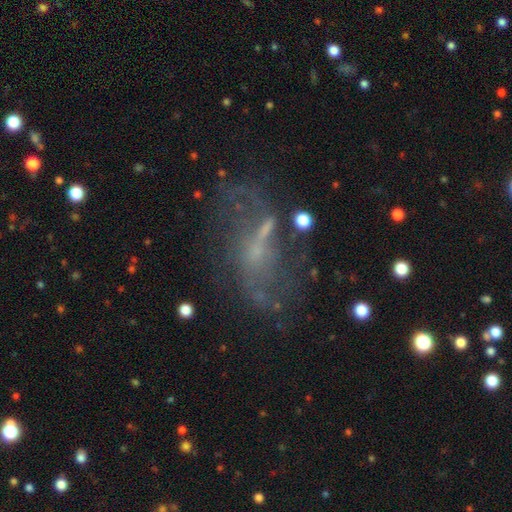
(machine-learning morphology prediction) type=featured or disk (57%); edge-on=no (92%); bar=no (58%); spiral arms=no (66%); bulge=none (43%); merging=none (40%).